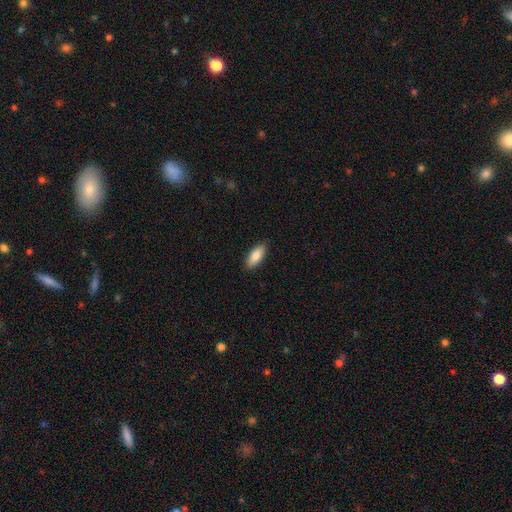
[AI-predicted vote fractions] This is clearly a smooth galaxy (85%). How rounded: likely in between (80%). Merging: clearly none (89%).